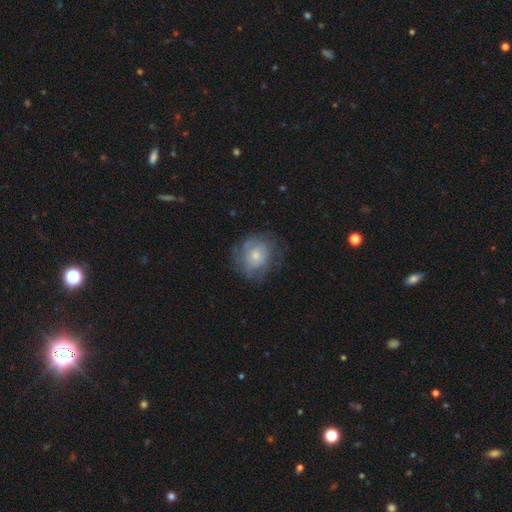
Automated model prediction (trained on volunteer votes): Smooth or featured: smooth — 52% (featured or disk — 40%)
How rounded: round — 71% (in between — 28%)
Merging: none — 61% (minor disturbance — 23%)